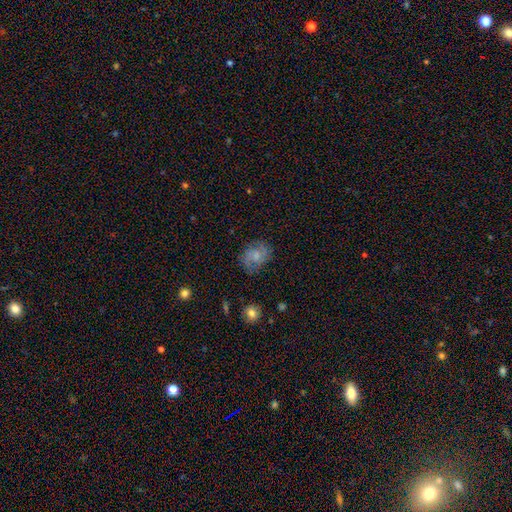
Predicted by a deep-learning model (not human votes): smooth-or-featured: featured or disk: 54% | smooth: 37% | star or artifact: 9%
  disk-edge-on: no: 97% | yes: 3%
    bar: no: 66% | weak: 30% | strong: 4%
    has-spiral-arms: yes: 88% | no: 12%
    bulge-size: small: 51% | moderate: 27% | none: 18% | large: 3% | dominant: 1%
  merging: none: 73% | minor disturbance: 19% | major disturbance: 7% | merger: 1%